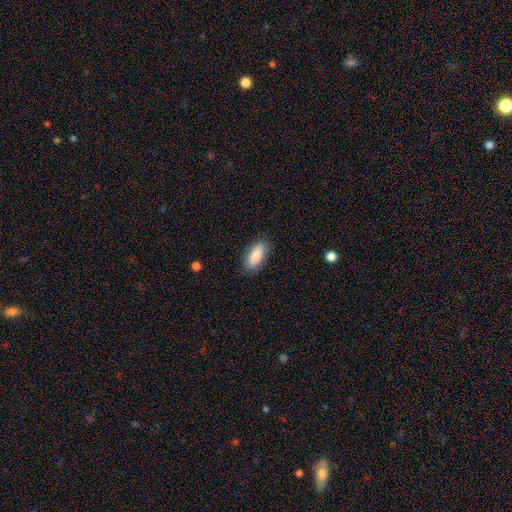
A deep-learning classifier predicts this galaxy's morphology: This is clearly a smooth galaxy (85%). How rounded: clearly in between (85%). Merging: clearly none (81%).